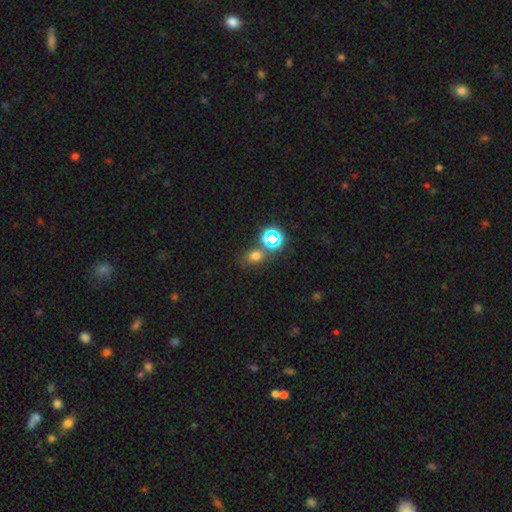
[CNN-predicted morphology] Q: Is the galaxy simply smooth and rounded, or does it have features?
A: smooth — 61%.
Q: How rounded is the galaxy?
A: in between — 50%.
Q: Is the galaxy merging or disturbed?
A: none — 65%.